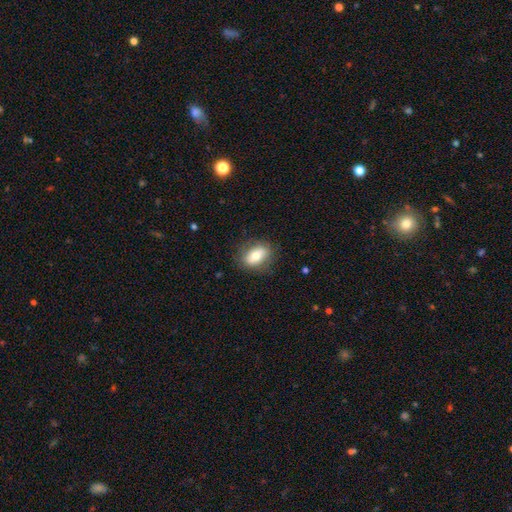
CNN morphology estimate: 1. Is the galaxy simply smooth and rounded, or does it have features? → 68% smooth, 25% featured or disk, 8% star or artifact.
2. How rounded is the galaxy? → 80% in between, 17% round, 3% cigar-shaped.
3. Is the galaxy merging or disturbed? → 80% none, 14% minor disturbance, 4% major disturbance, 1% merger.